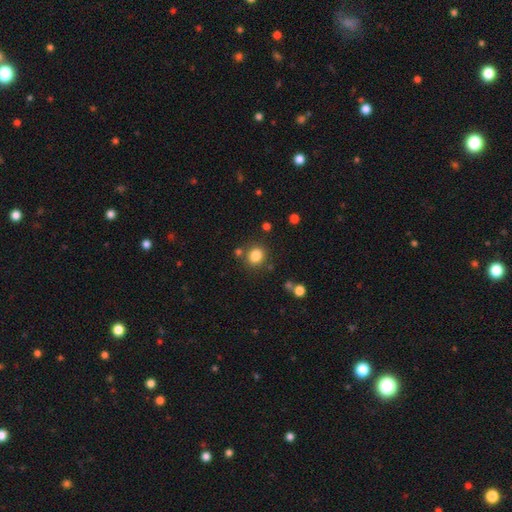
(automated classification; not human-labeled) smooth 83%, star or artifact 11%, featured or disk 6%. Down the decision tree: how rounded — round (73%); merging — none (79%).